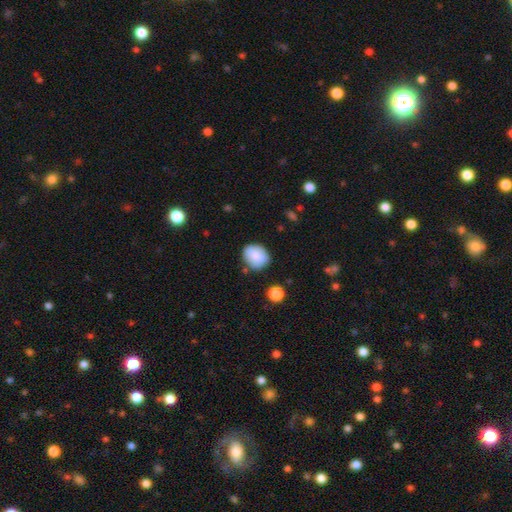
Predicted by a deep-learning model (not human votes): Smooth or featured? smooth (82%)
How rounded? round (57%)
Merging? none (72%)